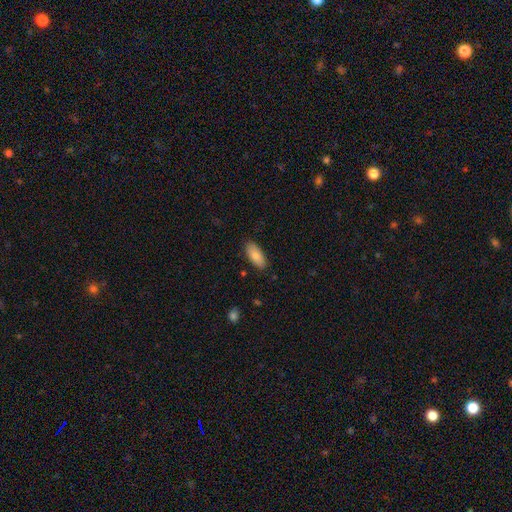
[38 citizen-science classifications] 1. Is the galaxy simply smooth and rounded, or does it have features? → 82% smooth, 11% featured or disk, 8% star or artifact.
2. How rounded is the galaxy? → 65% in between, 32% cigar-shaped, 3% round.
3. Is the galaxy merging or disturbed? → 77% none, 14% minor disturbance, 6% major disturbance, 3% merger.